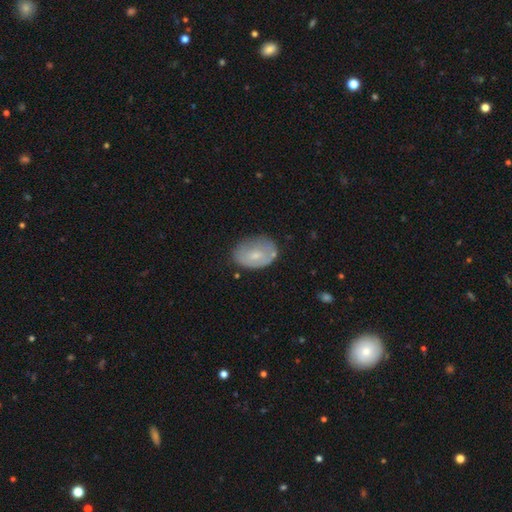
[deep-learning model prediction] Smooth or featured? smooth (56%)
How rounded? in between (81%)
Merging? none (59%)